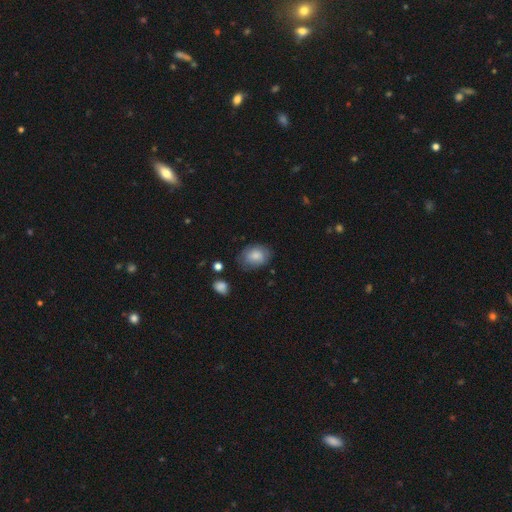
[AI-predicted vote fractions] smooth-or-featured: smooth: 77% | featured or disk: 15% | star or artifact: 8%
  how-rounded: in between: 73% | round: 26% | cigar-shaped: 1%
  merging: none: 72% | minor disturbance: 20% | major disturbance: 6% | merger: 2%